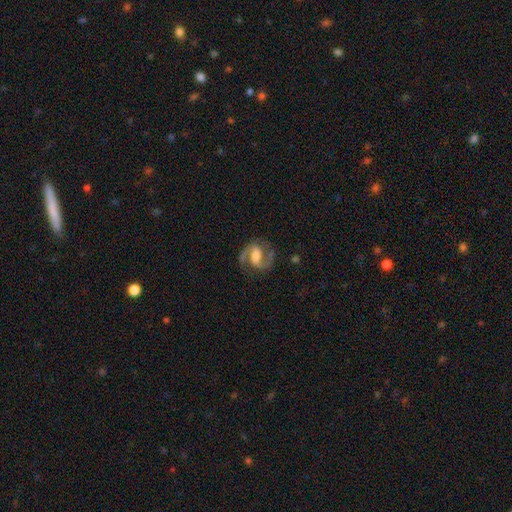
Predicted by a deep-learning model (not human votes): smooth_or_featured: featured or disk (p=0.89) [alt: smooth p=0.06]
disk_edge_on: no (p=0.98) [alt: yes p=0.02]
bar: weak (p=0.47) [alt: strong p=0.29]
has_spiral_arms: yes (p=0.98) [alt: no p=0.02]
spiral_winding: medium (p=0.64) [alt: loose p=0.19]
spiral_arm_count: 2 (p=0.93) [alt: 1 p=0.02]
bulge_size: moderate (p=0.53) [alt: small p=0.22]
merging: none (p=0.77) [alt: minor disturbance p=0.14]